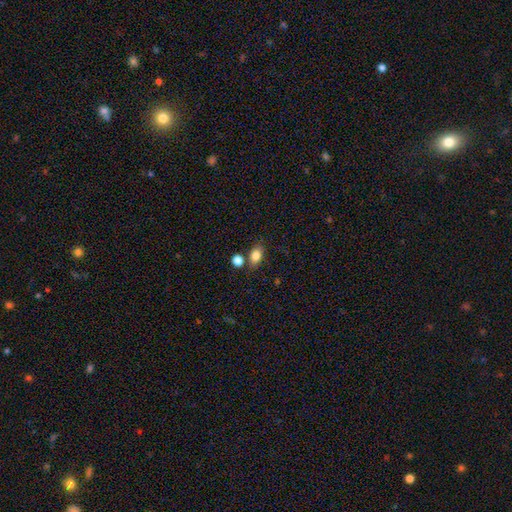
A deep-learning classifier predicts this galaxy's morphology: The model was most divided on "how rounded": in between: 77%, round: 21%, cigar-shaped: 2%. More confident: smooth or featured — smooth (83%); merging — none (71%).